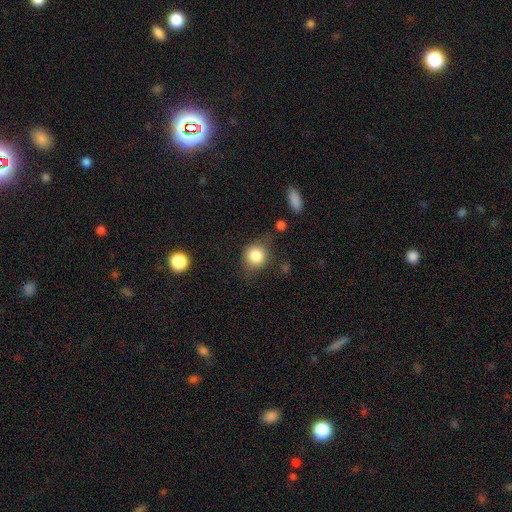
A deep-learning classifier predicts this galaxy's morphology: Overall: smooth (82%). How rounded: round (78%). Merging: none (67%).